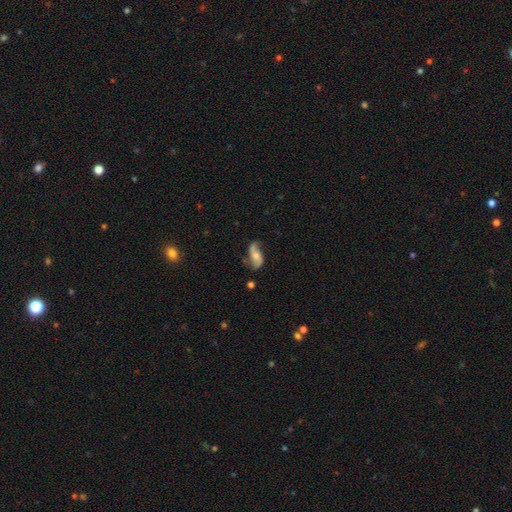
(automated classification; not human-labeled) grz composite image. It shows a featured or disk galaxy (73%) with no bar (61%), 2 (90%) loose (68%) spiral arms (92%) and a moderate central bulge (50%). Merging: none (66%).